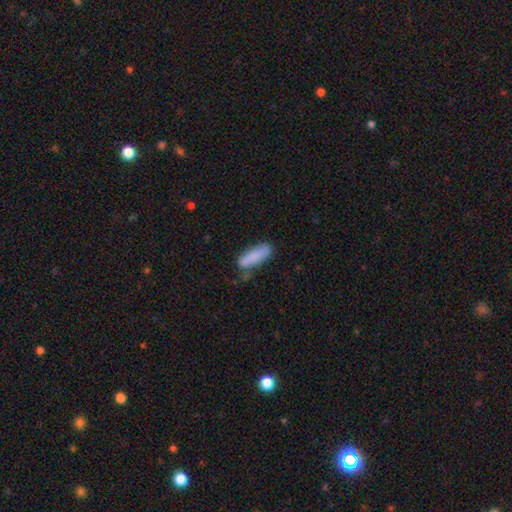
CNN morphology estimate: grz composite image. It shows a smooth galaxy with no disk features (85%) that is cigar-shaped (52%). Merging: none (65%).